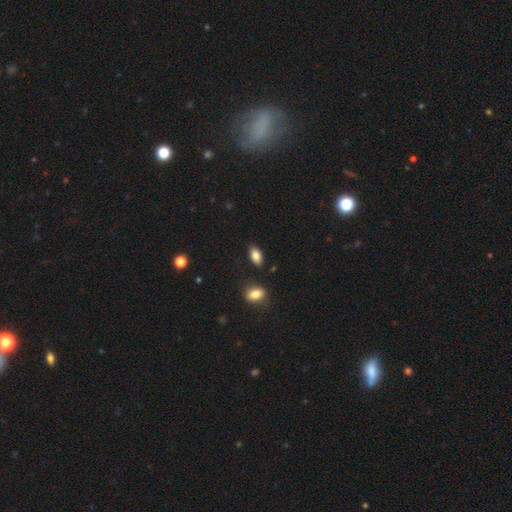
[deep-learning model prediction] Smooth or featured? Predicted: smooth (p=0.86). How rounded? Predicted: in between (p=0.90). Merging? Predicted: none (p=0.85).